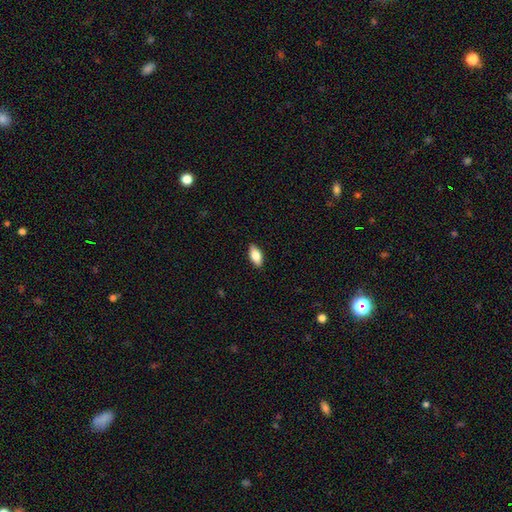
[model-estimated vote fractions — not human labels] Overall: smooth (77%). How rounded: in between (87%). Merging: none (88%).